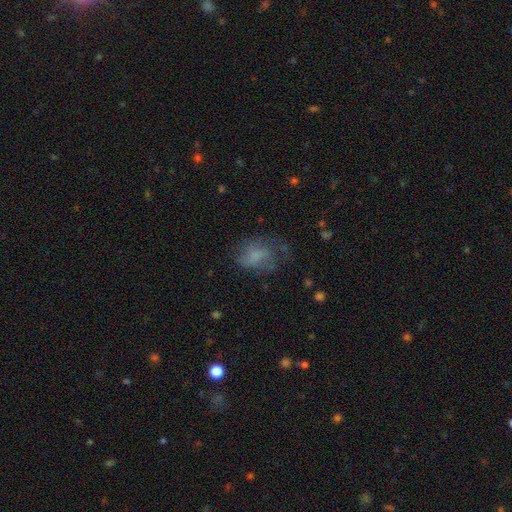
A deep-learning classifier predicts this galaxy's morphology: The model was most divided on "merging": none: 45%, minor disturbance: 27%, major disturbance: 26%, merger: 2%. More confident: how rounded — in between (70%); smooth or featured — smooth (56%).